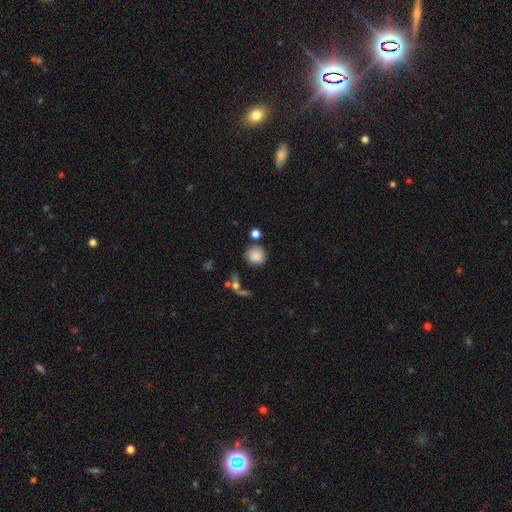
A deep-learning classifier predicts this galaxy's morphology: A smooth galaxy with no disk features (82%) that is round (84%).

Vote fractions:
- Smooth or featured? smooth: 82% / star or artifact: 9% / featured or disk: 9%
- How rounded? round: 84% / in between: 15% / cigar-shaped: 1%
- Merging? none: 62% / minor disturbance: 20% / merger: 11% / major disturbance: 7%